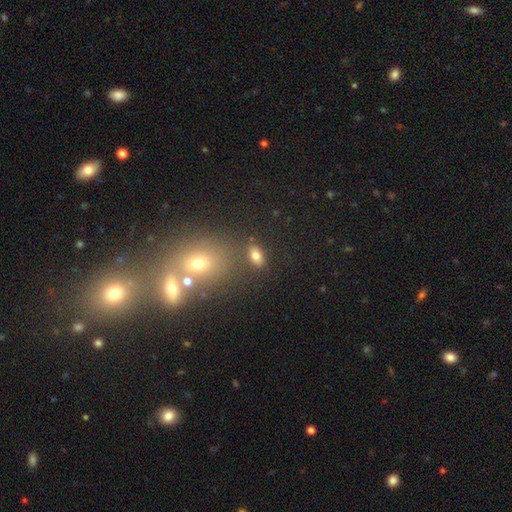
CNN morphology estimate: Smooth or featured? Predicted: smooth (p=0.76). How rounded? Predicted: in between (p=0.83). Merging? Predicted: none (p=0.78).